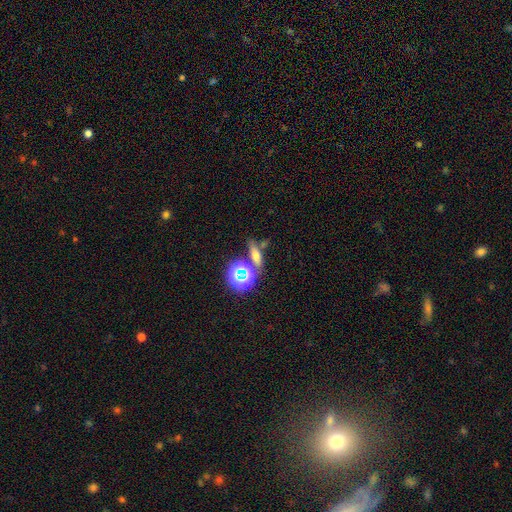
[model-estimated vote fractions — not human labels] A smooth galaxy with no disk features (53%) that is cigar-shaped (43%). Merging: none (69%).